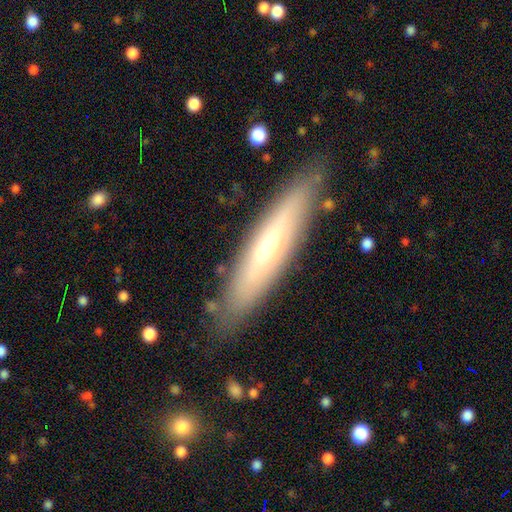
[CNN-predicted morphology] Q: Smooth or featured?
A: smooth (47%); runner-up: featured or disk (46%)
Q: Merging?
A: none (85%); runner-up: minor disturbance (10%)